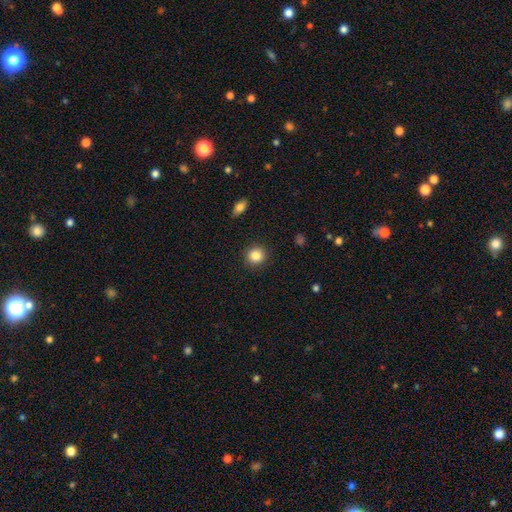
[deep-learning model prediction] This appears to be a smooth galaxy with no disk features (85%) that is round (91%). Merging: none (90%).